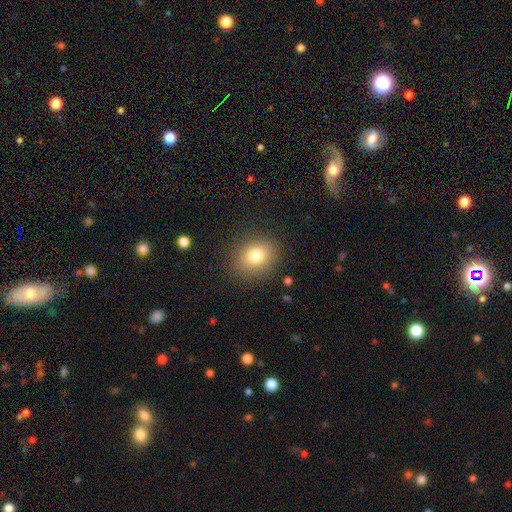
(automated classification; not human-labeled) Smooth or featured? Predicted: smooth (p=0.80). How rounded? Predicted: round (p=0.57). Merging? Predicted: none (p=0.86).